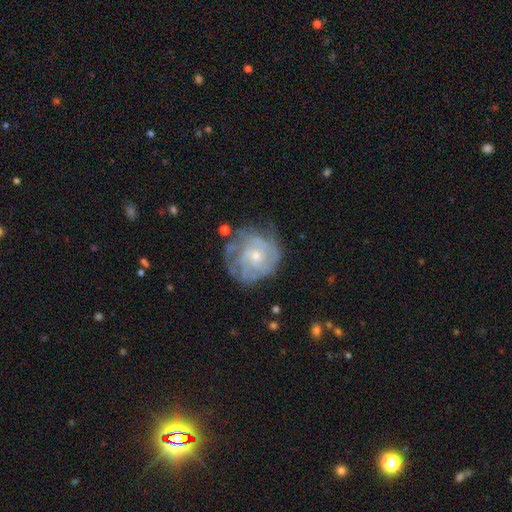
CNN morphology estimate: type=featured or disk (77%); edge-on=no (98%); bar=no (75%); spiral arms=yes (83%); winding=tight (61%); arm count=can't tell (50%); bulge=small (49%); merging=none (60%).